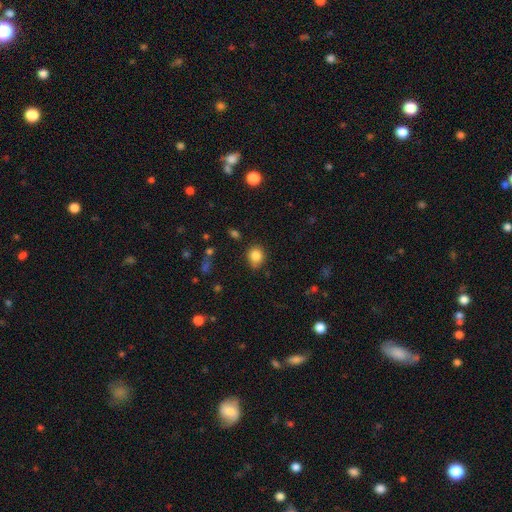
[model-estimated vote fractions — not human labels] A smooth galaxy with no disk features (84%) that is round (75%). Merging: none (78%).